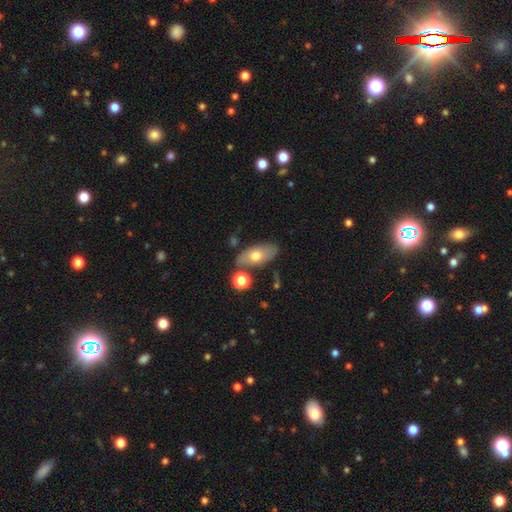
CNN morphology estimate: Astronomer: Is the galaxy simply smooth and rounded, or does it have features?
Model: smooth — 64%.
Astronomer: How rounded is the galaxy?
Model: in between — 87%.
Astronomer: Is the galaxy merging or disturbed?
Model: none — 71%.